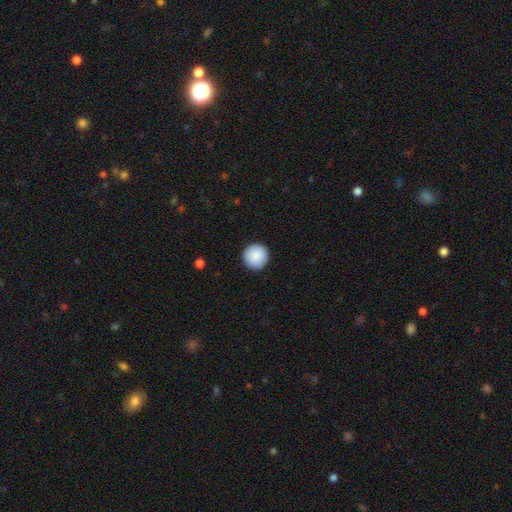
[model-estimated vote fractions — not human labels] Smooth or featured: smooth — 89% (star or artifact — 7%)
How rounded: round — 96% (in between — 3%)
Merging: none — 93% (minor disturbance — 5%)